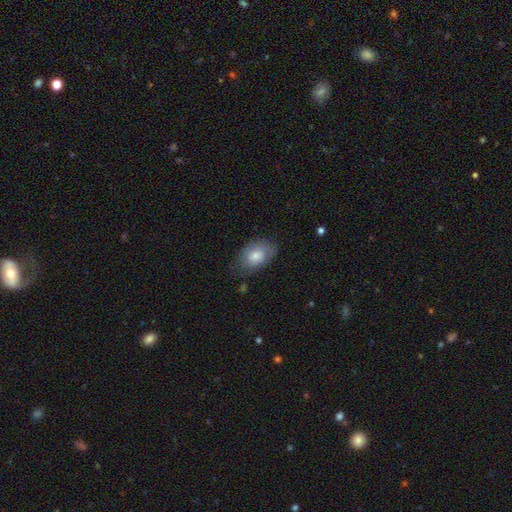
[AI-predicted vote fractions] Smooth or featured? Predicted: smooth (p=0.74). How rounded? Predicted: in between (p=0.86). Merging? Predicted: none (p=0.64).